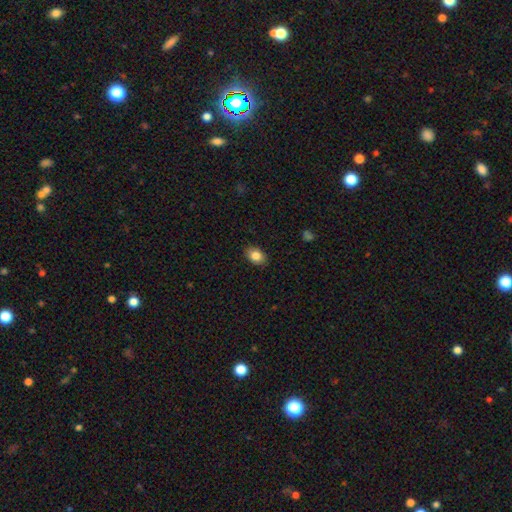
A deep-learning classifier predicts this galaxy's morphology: Smooth or featured: smooth — 84% (star or artifact — 8%)
How rounded: in between — 75% (round — 24%)
Merging: none — 88% (minor disturbance — 9%)